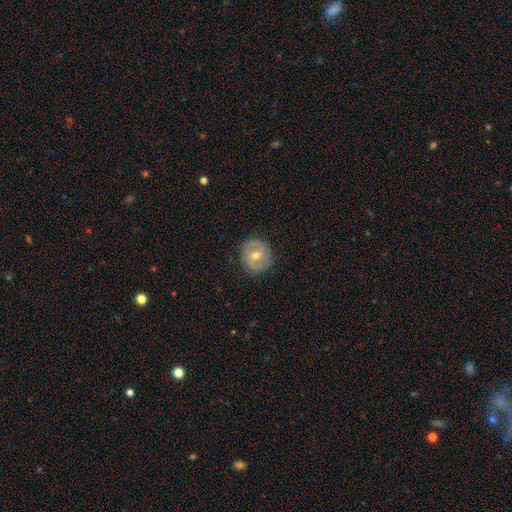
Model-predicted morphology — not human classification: Overall: featured or disk (70%). Edge-on disk: no (97%). Bar: no (49%; weak 37%). Spiral arms: yes (79%). Spiral arm count: 2 (84%). Spiral winding: medium (43%; tight 42%). Bulge size: moderate (70%). Merging: none (85%).